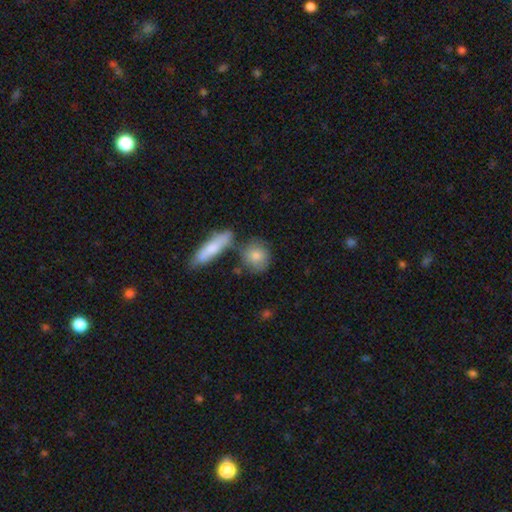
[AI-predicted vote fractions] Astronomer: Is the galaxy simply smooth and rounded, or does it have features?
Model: smooth — 80%.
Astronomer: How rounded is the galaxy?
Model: round — 70%.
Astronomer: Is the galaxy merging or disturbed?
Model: none — 64%.